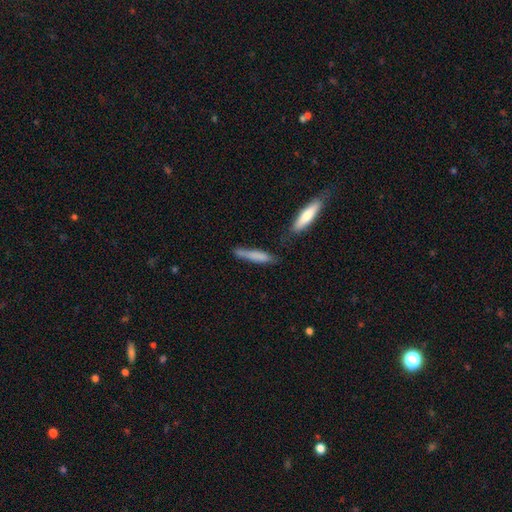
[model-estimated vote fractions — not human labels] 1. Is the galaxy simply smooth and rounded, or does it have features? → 72% smooth, 21% featured or disk, 7% star or artifact.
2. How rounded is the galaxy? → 89% cigar-shaped, 10% in between, 2% round.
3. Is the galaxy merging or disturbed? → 56% none, 27% minor disturbance, 10% merger, 8% major disturbance.